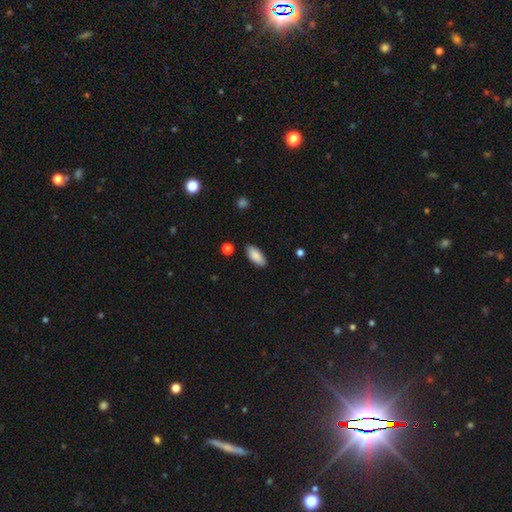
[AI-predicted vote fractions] Q: Smooth or featured?
A: smooth (88%); runner-up: star or artifact (6%)
Q: How rounded?
A: in between (87%); runner-up: cigar-shaped (11%)
Q: Merging?
A: none (86%); runner-up: minor disturbance (11%)